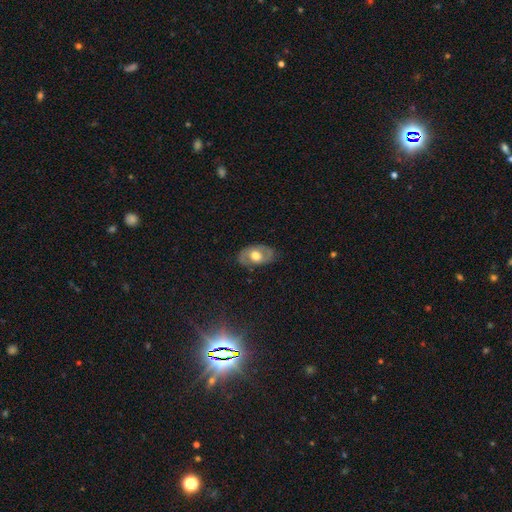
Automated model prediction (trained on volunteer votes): Q: Smooth or featured?
A: featured or disk (55%); runner-up: smooth (38%)
Q: Edge-on disk?
A: no (91%); runner-up: yes (9%)
Q: Bar?
A: no (73%); runner-up: weak (21%)
Q: Spiral arms?
A: yes (52%); runner-up: no (48%)
Q: Bulge size?
A: moderate (57%); runner-up: large (36%)
Q: Merging?
A: none (77%); runner-up: minor disturbance (16%)